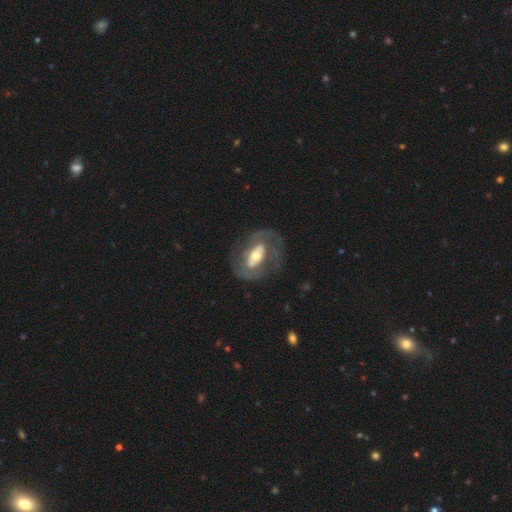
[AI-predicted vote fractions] Morphology: type=featured or disk (71%); edge-on=no (93%); bar=no (40%); spiral arms=yes (60%); bulge=moderate (64%); merging=none (62%).